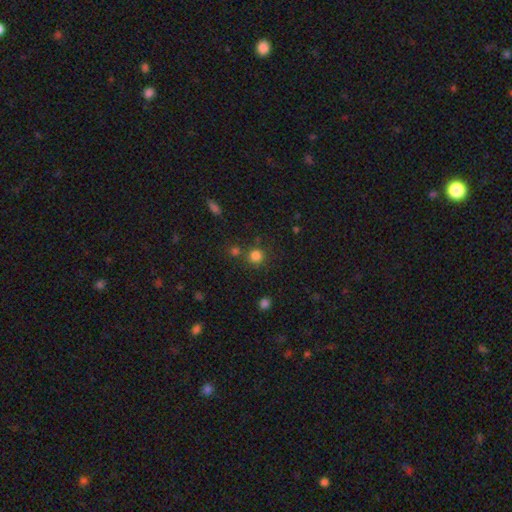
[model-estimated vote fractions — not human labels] This appears to be a smooth galaxy with no disk features (80%) that is round (92%). Merging: none (75%).